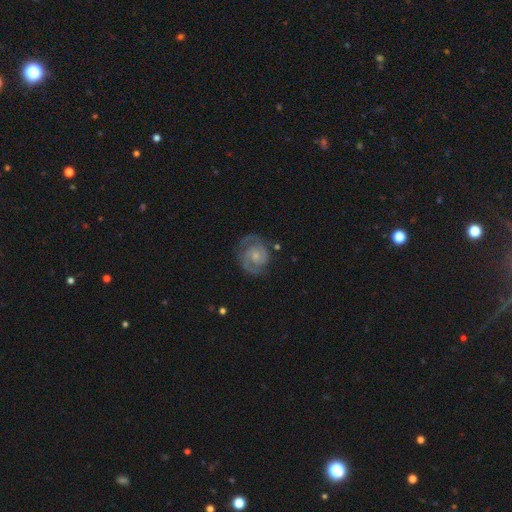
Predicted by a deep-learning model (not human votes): Morphology: type=featured or disk (80%); edge-on=no (98%); bar=no (67%); spiral arms=yes (93%); winding=tight (48%); arm count=2 (72%); bulge=small (56%); merging=none (69%).